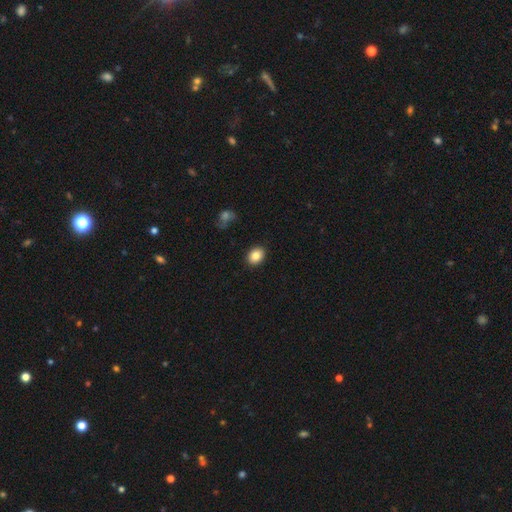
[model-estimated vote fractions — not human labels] A smooth galaxy with no disk features (85%) that is in between round and cigar-shaped (64%). Merging: none (89%).